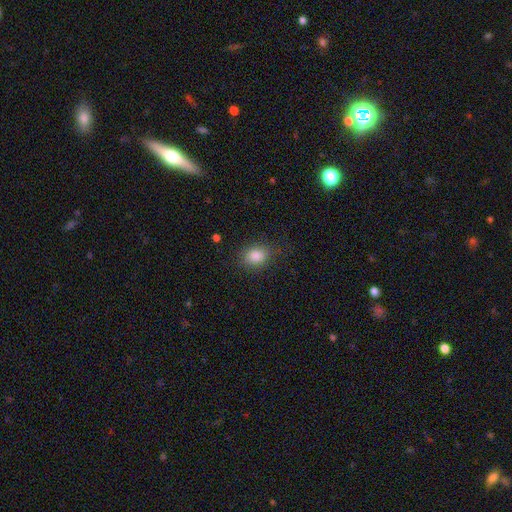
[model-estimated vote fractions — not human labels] A smooth galaxy with no disk features (85%) that is in between round and cigar-shaped (51%). Merging: none (80%).